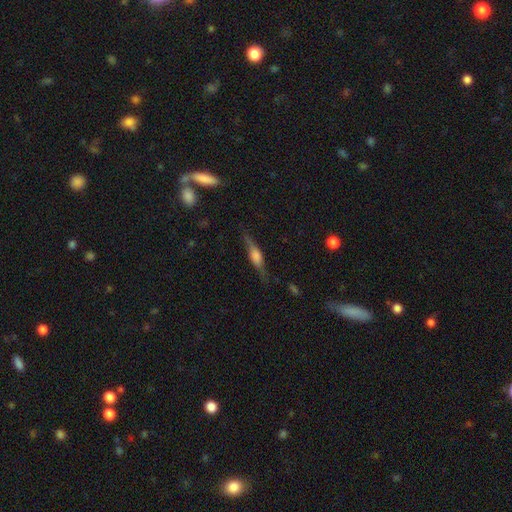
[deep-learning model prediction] A featured or disk galaxy (58%) viewed edge-on (92%) with a rounded central bulge (70%).

Vote fractions:
- Smooth or featured? featured or disk: 58% / smooth: 34% / star or artifact: 8%
- Edge-on disk? yes: 92% / no: 8%
- Edge-on bulge? rounded: 70% / boxy: 25% / none: 5%
- Merging? none: 73% / minor disturbance: 18% / major disturbance: 7% / merger: 2%